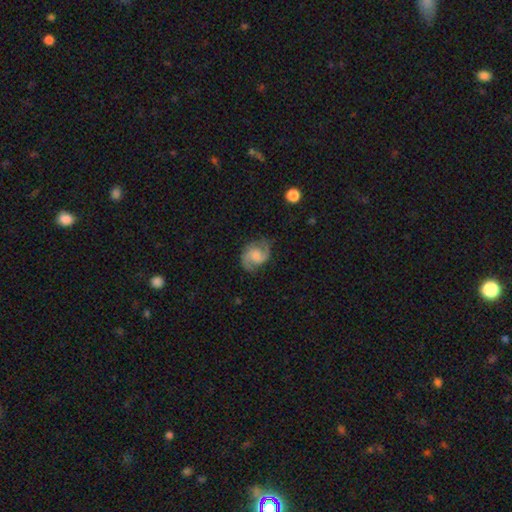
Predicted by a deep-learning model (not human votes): Smooth or featured?
  - featured or disk: 82% *
  - smooth: 12%
  - star or artifact: 6%
Edge-on disk?
  - no: 98% *
  - yes: 2%
Bar?
  - no: 54% *
  - weak: 39%
  - strong: 7%
Spiral arms?
  - yes: 97% *
  - no: 3%
Spiral winding?
  - medium: 55% *
  - loose: 24%
  - tight: 21%
Spiral arm count?
  - 2: 92% *
  - can't tell: 3%
  - 1: 2%
  - 3: 2%
  - 4: 1%
  - more than 4: 1%
Bulge size?
  - none: 31% *
  - moderate: 30%
  - small: 26%
  - large: 11%
  - dominant: 2%
Merging?
  - none: 77% *
  - minor disturbance: 16%
  - major disturbance: 6%
  - merger: 1%